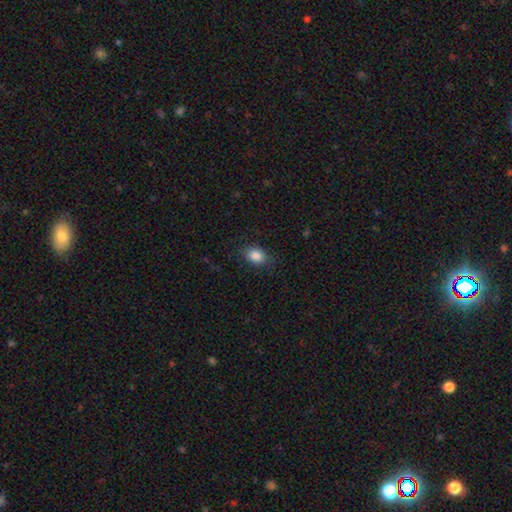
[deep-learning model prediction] Smooth or featured? Predicted: smooth (p=0.86). How rounded? Predicted: in between (p=0.69). Merging? Predicted: none (p=0.81).